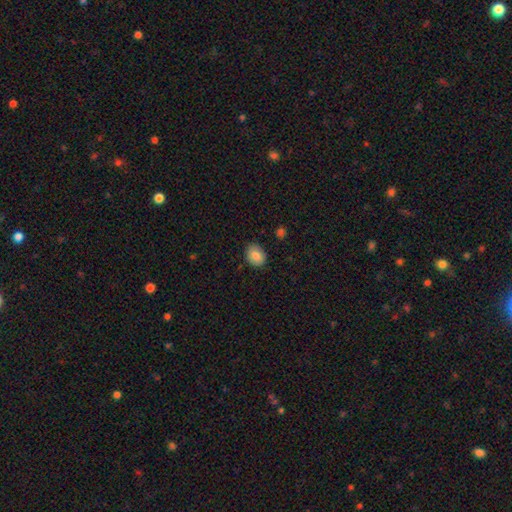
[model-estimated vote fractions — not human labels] smooth-or-featured: smooth: 84% | featured or disk: 8% | star or artifact: 8%
  how-rounded: in between: 56% | round: 43% | cigar-shaped: 1%
  merging: none: 84% | minor disturbance: 13% | major disturbance: 2% | merger: 1%